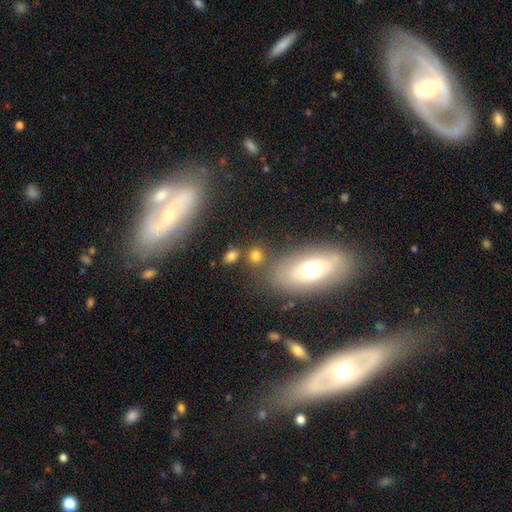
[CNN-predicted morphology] type=smooth (75%); roundness=round (50%); merging=none (70%).